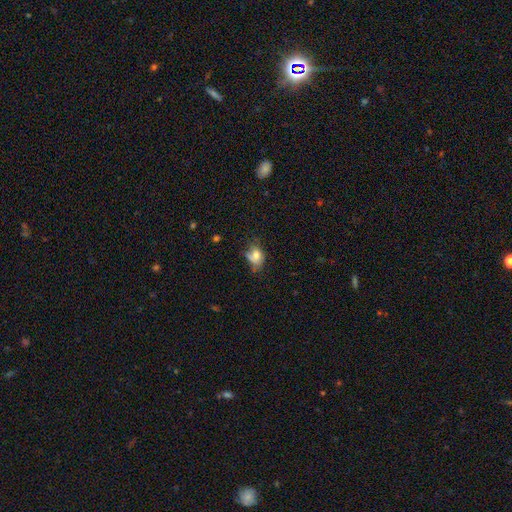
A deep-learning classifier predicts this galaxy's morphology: Smooth or featured? smooth (67%)
How rounded? in between (65%)
Merging? none (39%)